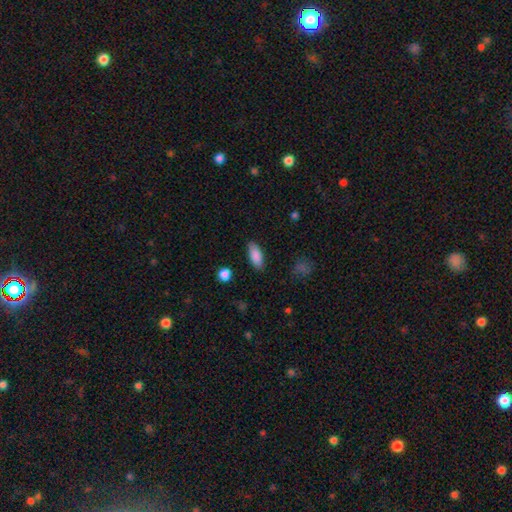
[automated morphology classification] The model was most divided on "how rounded": in between: 83%, cigar-shaped: 15%, round: 2%. More confident: smooth or featured — smooth (87%); merging — none (85%).